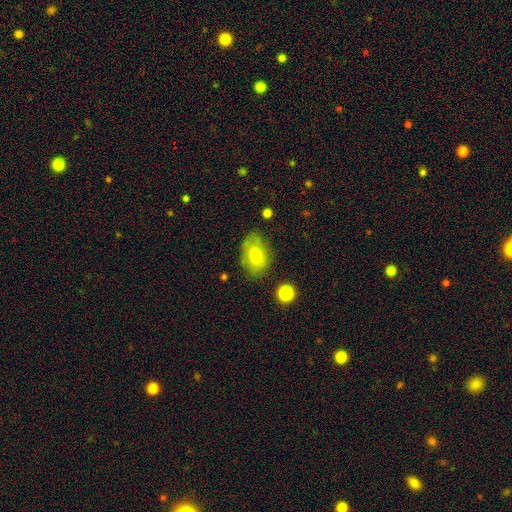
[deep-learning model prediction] smooth_or_featured: smooth (p=0.78) [alt: featured or disk p=0.14]
how_rounded: in between (p=0.86) [alt: round p=0.12]
merging: none (p=0.65) [alt: minor disturbance p=0.23]